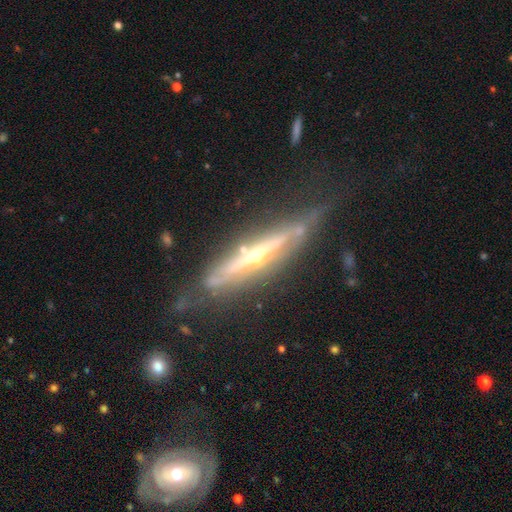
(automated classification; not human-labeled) A featured or disk galaxy (85%) viewed edge-on (90%) with a rounded central bulge (77%).

Vote fractions:
- Smooth or featured? featured or disk: 85% / smooth: 9% / star or artifact: 5%
- Edge-on disk? yes: 90% / no: 10%
- Edge-on bulge? rounded: 77% / none: 18% / boxy: 4%
- Merging? none: 66% / minor disturbance: 23% / major disturbance: 8% / merger: 3%